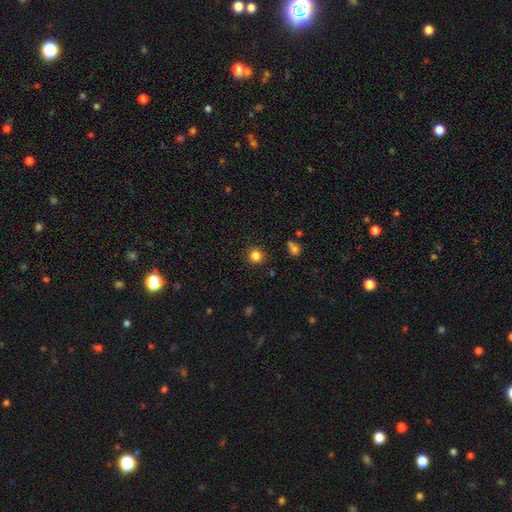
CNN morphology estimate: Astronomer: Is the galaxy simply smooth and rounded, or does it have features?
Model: smooth — 83%.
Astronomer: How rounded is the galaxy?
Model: round — 92%.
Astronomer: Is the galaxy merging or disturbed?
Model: none — 89%.